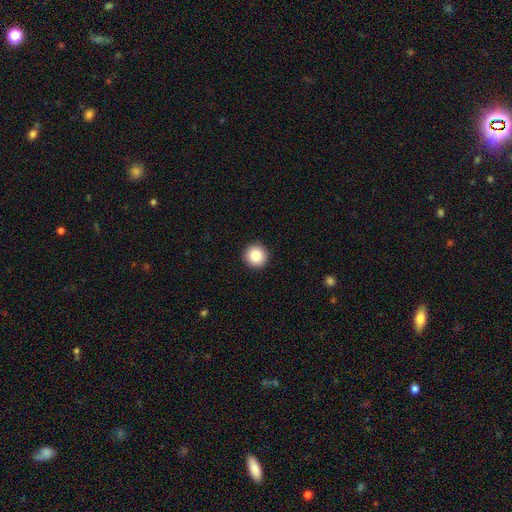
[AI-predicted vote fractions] Smooth or featured? smooth (86%)
How rounded? round (95%)
Merging? none (93%)